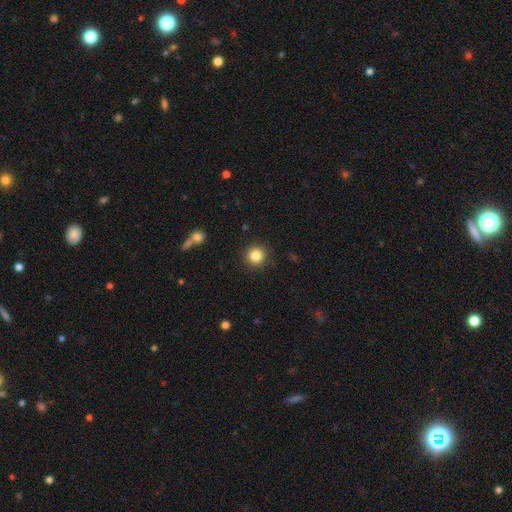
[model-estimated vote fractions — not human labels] smooth-or-featured: smooth: 84% | star or artifact: 11% | featured or disk: 5%
  how-rounded: round: 94% | in between: 5% | cigar-shaped: 1%
  merging: none: 91% | minor disturbance: 6% | major disturbance: 2% | merger: 1%